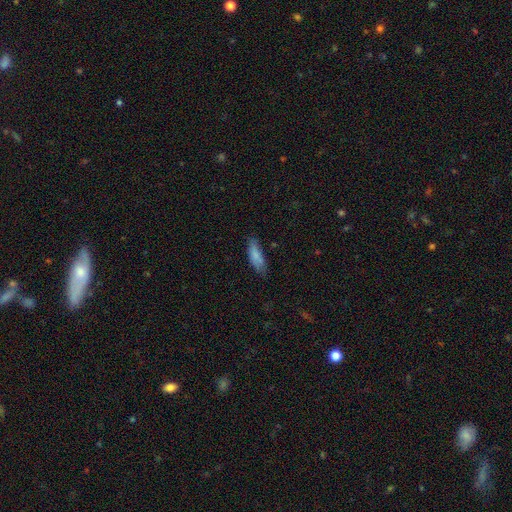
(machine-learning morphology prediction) A smooth galaxy with no disk features (81%) that is in between round and cigar-shaped (53%). Merging: none (70%).